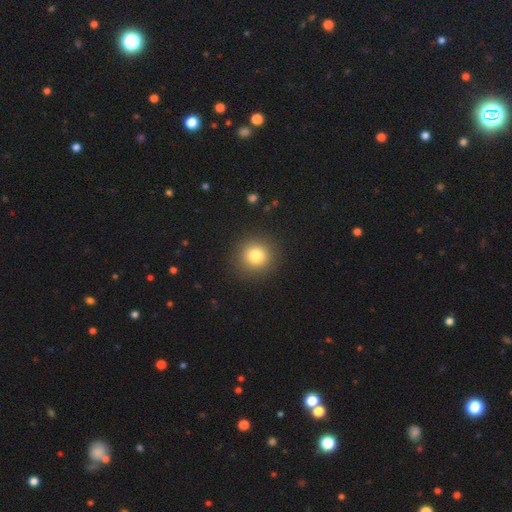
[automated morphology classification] This is clearly a smooth galaxy (80%). How rounded: clearly round (92%). Merging: clearly none (91%).